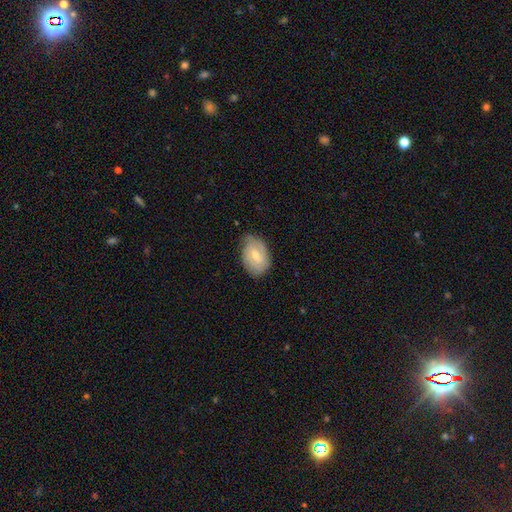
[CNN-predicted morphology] Smooth or featured: featured or disk — 62% (smooth — 32%)
Edge-on disk: no — 96% (yes — 4%)
Bar: weak — 54% (no — 33%)
Spiral arms: yes — 84% (no — 16%)
Bulge size: small — 49% (moderate — 47%)
Merging: none — 70% (minor disturbance — 24%)